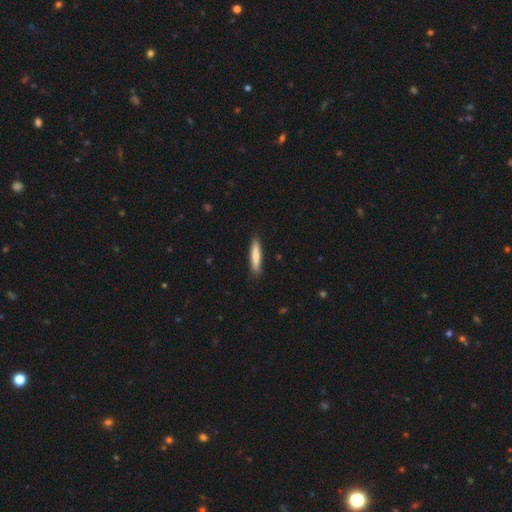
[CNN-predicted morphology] A smooth galaxy with no disk features (80%) that is cigar-shaped (86%). Merging: none (87%).